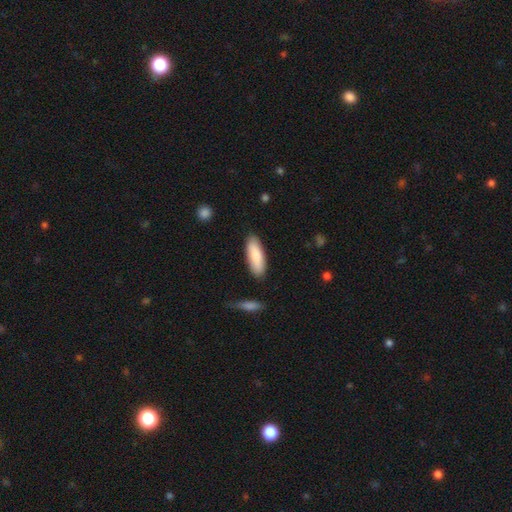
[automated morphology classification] This appears to be a smooth galaxy with no disk features (83%) that is in between round and cigar-shaped (61%). Merging: none (84%).